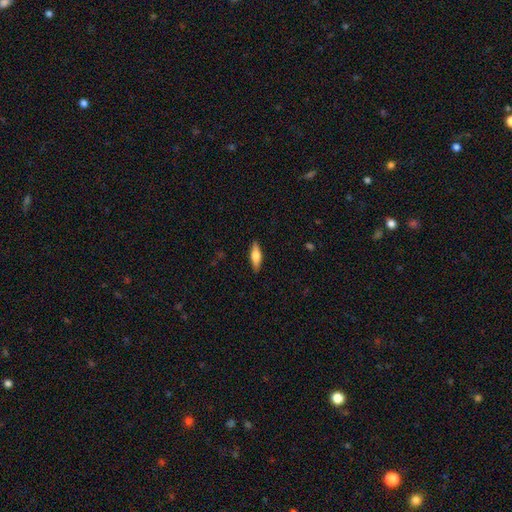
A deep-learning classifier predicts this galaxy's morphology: A smooth galaxy with no disk features (60%) that is in between round and cigar-shaped (51%). Merging: none (89%).